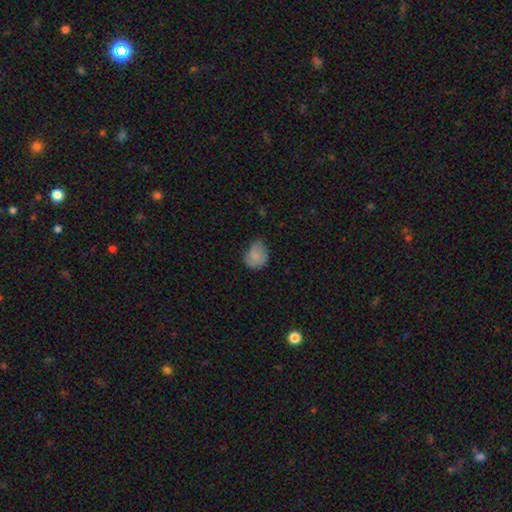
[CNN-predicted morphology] Smooth or featured? Predicted: smooth (p=0.81). How rounded? Predicted: round (p=0.55). Merging? Predicted: none (p=0.55).